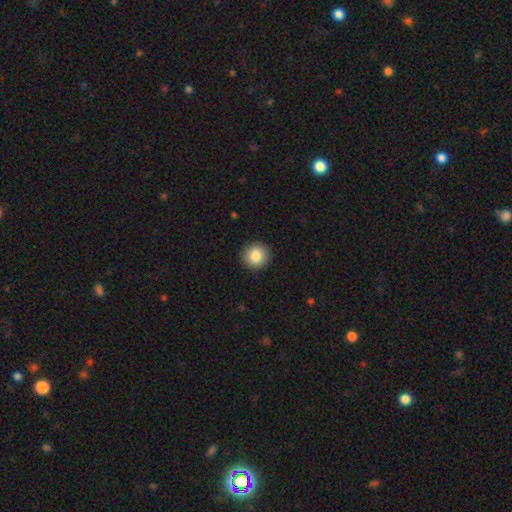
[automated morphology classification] Smooth or featured? Predicted: smooth (p=0.85). How rounded? Predicted: round (p=0.93). Merging? Predicted: none (p=0.92).